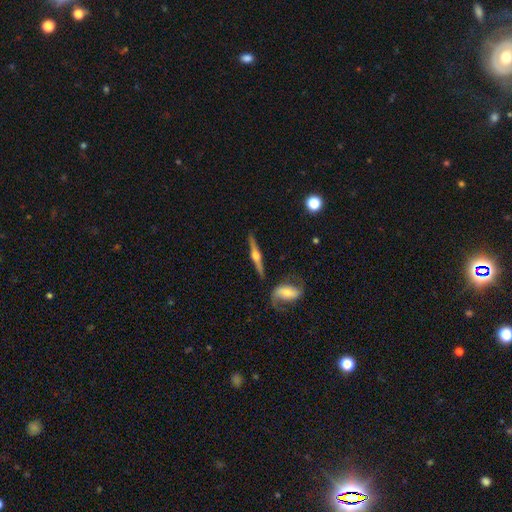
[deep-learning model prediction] smooth_or_featured: featured or disk (p=0.81) [alt: smooth p=0.14]
disk_edge_on: yes (p=0.96) [alt: no p=0.04]
edge_on_bulge: rounded (p=0.94) [alt: boxy p=0.04]
merging: none (p=0.85) [alt: minor disturbance p=0.09]